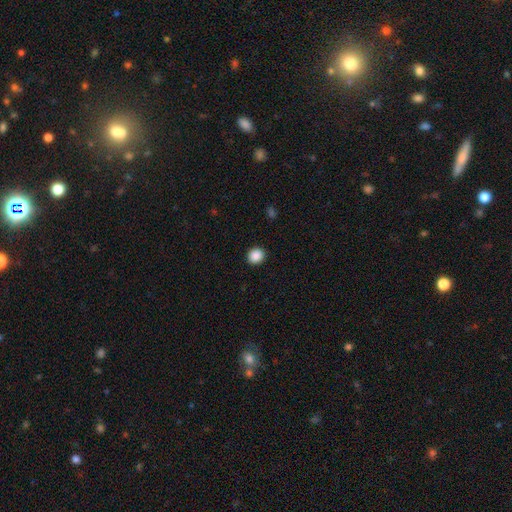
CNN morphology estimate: A smooth galaxy with no disk features (89%) that is round (84%). Merging: none (92%).